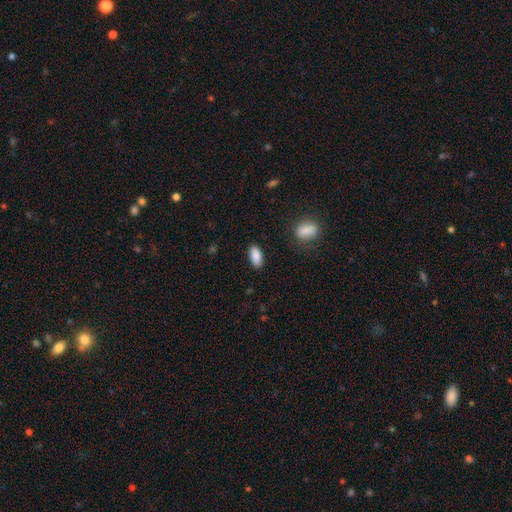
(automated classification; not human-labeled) smooth 90%, star or artifact 7%, featured or disk 4%. Down the decision tree: how rounded — in between (89%); merging — none (86%).